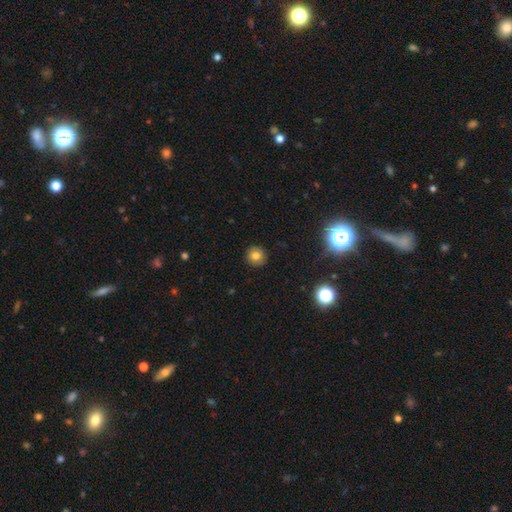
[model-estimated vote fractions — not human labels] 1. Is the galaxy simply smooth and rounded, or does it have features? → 78% smooth, 13% star or artifact, 9% featured or disk.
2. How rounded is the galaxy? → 94% round, 5% in between, 1% cigar-shaped.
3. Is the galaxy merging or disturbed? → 92% none, 6% minor disturbance, 2% major disturbance, 1% merger.